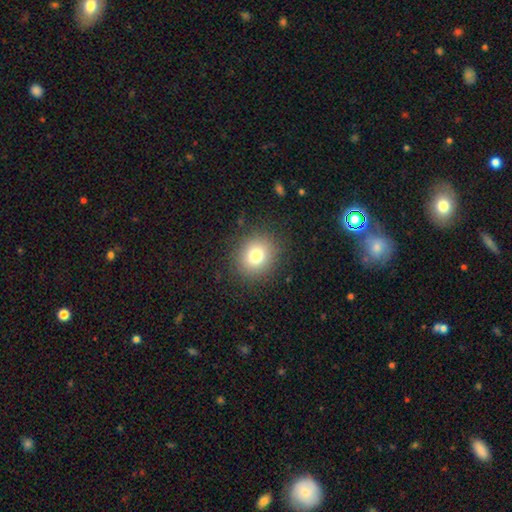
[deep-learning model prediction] smooth 77%, star or artifact 13%, featured or disk 10%. Down the decision tree: how rounded — round (80%); merging — none (87%).